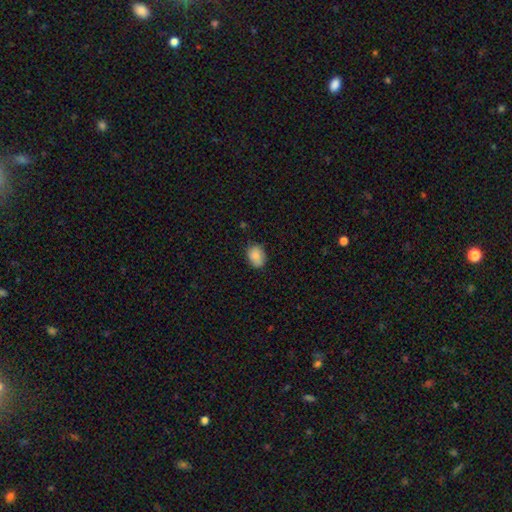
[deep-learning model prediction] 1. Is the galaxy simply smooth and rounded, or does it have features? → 87% smooth, 8% star or artifact, 6% featured or disk.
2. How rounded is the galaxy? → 66% in between, 33% round, 1% cigar-shaped.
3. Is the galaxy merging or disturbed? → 75% none, 20% minor disturbance, 3% major disturbance, 1% merger.